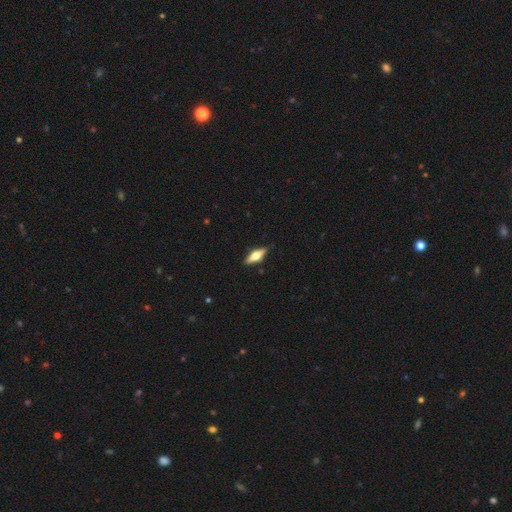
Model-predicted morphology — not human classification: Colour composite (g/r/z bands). It shows a featured or disk galaxy (55%) viewed edge-on (93%) with a rounded central bulge (93%). Merging: none (87%).